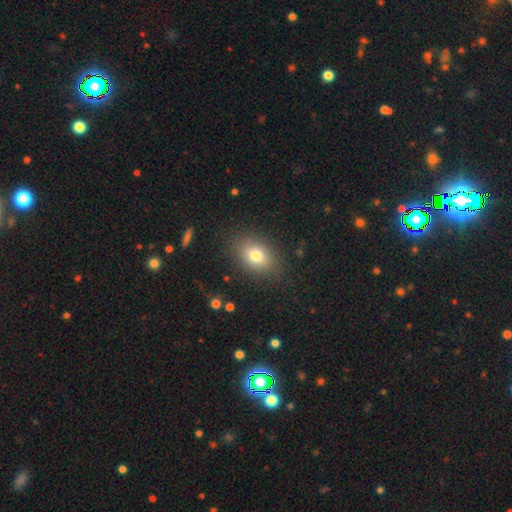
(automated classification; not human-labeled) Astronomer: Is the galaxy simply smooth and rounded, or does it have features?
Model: smooth — 77%.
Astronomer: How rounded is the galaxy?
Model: in between — 77%.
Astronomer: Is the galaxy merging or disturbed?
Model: none — 84%.